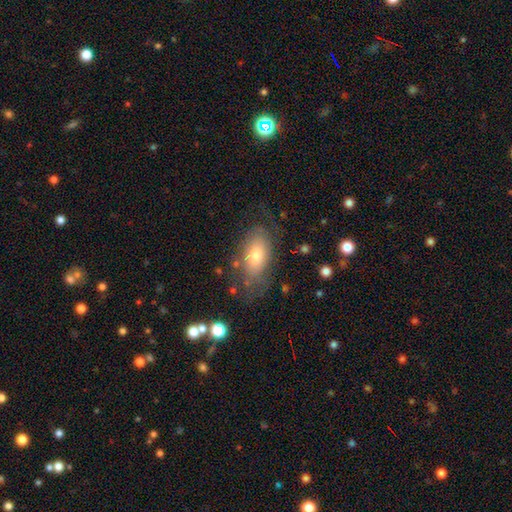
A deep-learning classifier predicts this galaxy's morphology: smooth 56%, featured or disk 36%, star or artifact 8%. Down the decision tree: how rounded — in between (89%); merging — none (64%).